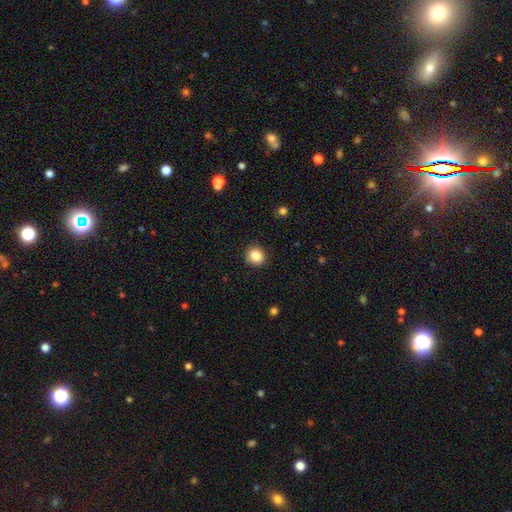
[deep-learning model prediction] This appears to be a smooth galaxy with no disk features (85%) that is round (85%). Merging: none (89%).